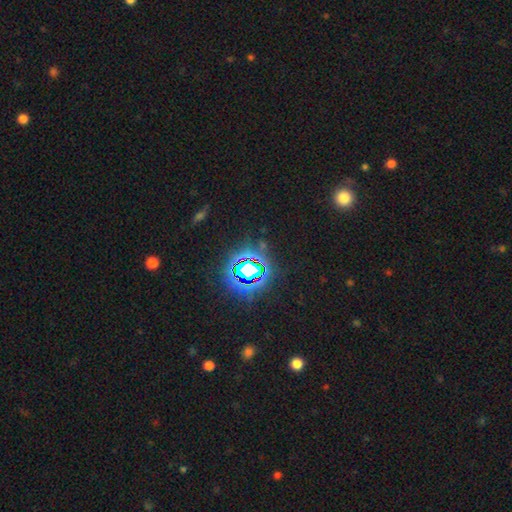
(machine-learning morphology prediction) Smooth or featured? star or artifact (82%)